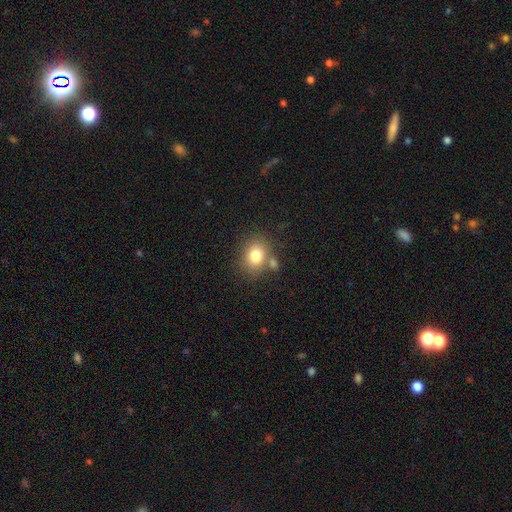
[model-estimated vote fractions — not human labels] The model was most divided on "how rounded": round: 56%, in between: 43%, cigar-shaped: 1%. More confident: smooth or featured — smooth (79%); merging — none (67%).